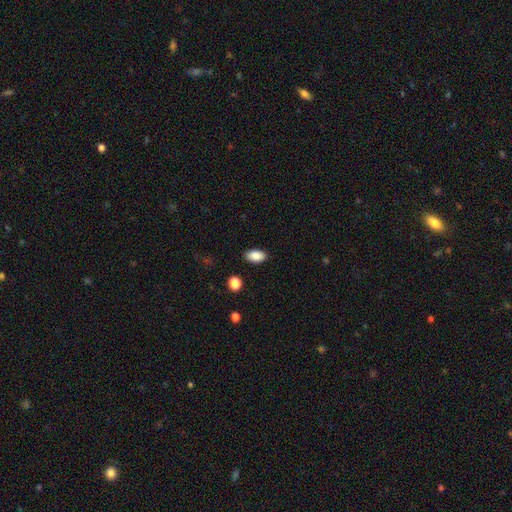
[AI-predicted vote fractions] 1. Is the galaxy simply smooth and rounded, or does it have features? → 88% smooth, 8% star or artifact, 4% featured or disk.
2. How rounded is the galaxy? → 93% in between, 5% round, 2% cigar-shaped.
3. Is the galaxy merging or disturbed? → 88% none, 9% minor disturbance, 2% major disturbance, 1% merger.